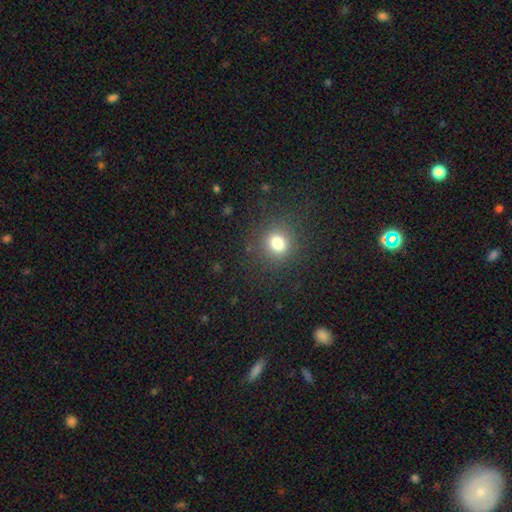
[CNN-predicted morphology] The model was most divided on "smooth or featured": smooth: 68%, star or artifact: 26%, featured or disk: 6%. More confident: how rounded — round (92%); merging — none (91%).